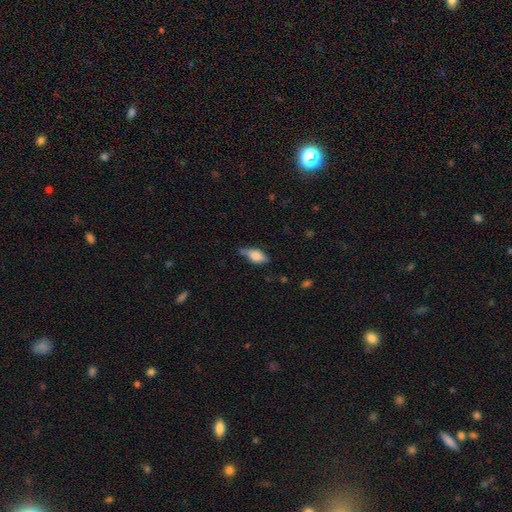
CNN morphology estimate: Smooth or featured? smooth (69%)
How rounded? in between (82%)
Merging? none (57%)